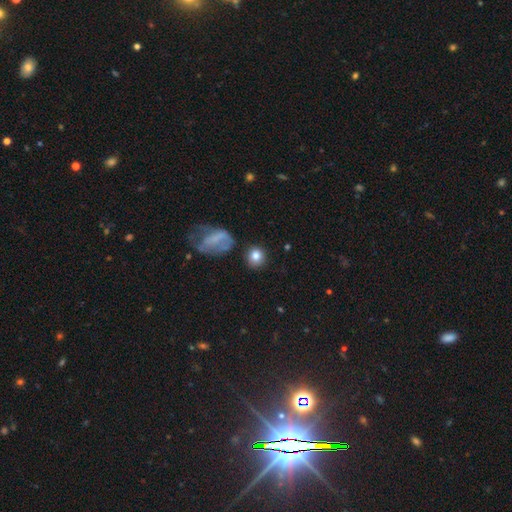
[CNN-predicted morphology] smooth_or_featured: smooth (p=0.80) [alt: star or artifact p=0.10]
how_rounded: round (p=0.85) [alt: in between p=0.13]
merging: none (p=0.79) [alt: minor disturbance p=0.11]